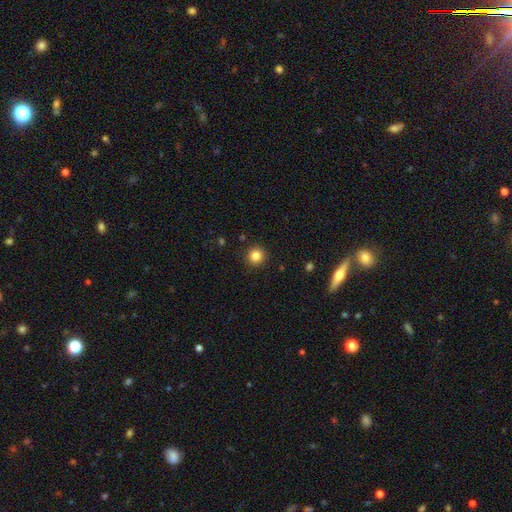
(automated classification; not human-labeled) The model was most divided on "smooth or featured": smooth: 84%, star or artifact: 11%, featured or disk: 5%. More confident: how rounded — round (94%); merging — none (91%).